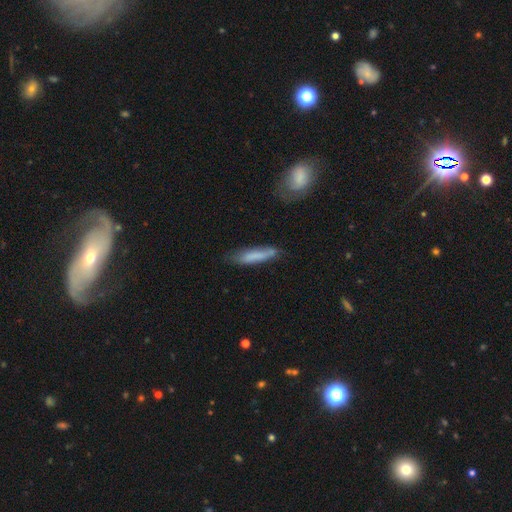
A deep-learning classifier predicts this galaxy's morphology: Smooth or featured: smooth — 73% (featured or disk — 20%)
How rounded: cigar-shaped — 86% (in between — 13%)
Merging: none — 70% (minor disturbance — 21%)